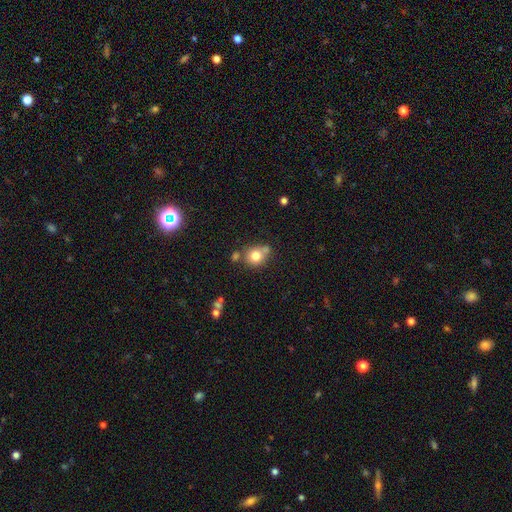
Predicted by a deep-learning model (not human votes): A smooth galaxy with no disk features (78%) that is round (74%). Merging: none (55%).